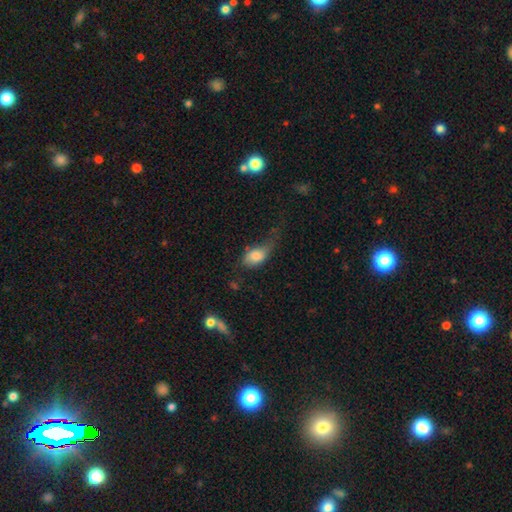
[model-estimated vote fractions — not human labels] A smooth galaxy with no disk features (79%) that is in between round and cigar-shaped (87%). Merging: minor disturbance (34%).